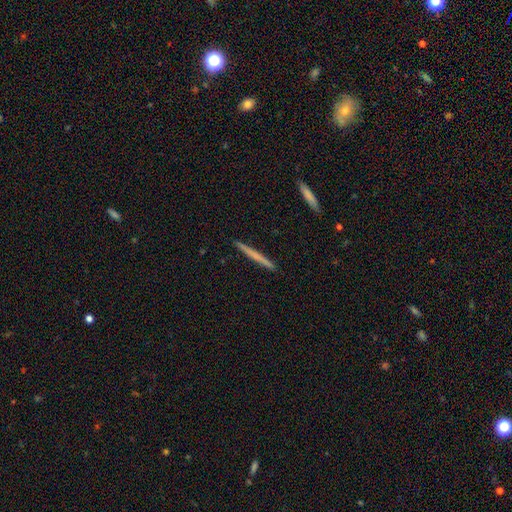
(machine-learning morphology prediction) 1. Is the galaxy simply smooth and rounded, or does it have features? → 55% smooth, 39% featured or disk, 5% star or artifact.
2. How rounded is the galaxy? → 97% cigar-shaped, 2% in between, 1% round.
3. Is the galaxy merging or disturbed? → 93% none, 5% minor disturbance, 1% major disturbance, 1% merger.